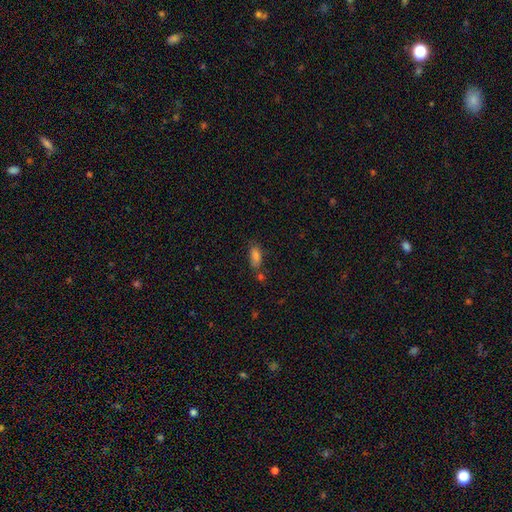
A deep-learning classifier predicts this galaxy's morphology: Overall: smooth (78%). How rounded: in between (79%). Merging: none (60%).